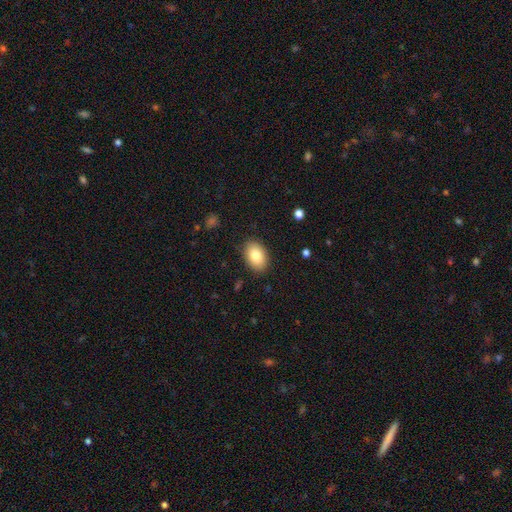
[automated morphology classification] A smooth galaxy with no disk features (83%) that is in between round and cigar-shaped (84%).

Vote fractions:
- Smooth or featured? smooth: 83% / featured or disk: 10% / star or artifact: 8%
- How rounded? in between: 84% / round: 15% / cigar-shaped: 1%
- Merging? none: 88% / minor disturbance: 9% / major disturbance: 2% / merger: 1%